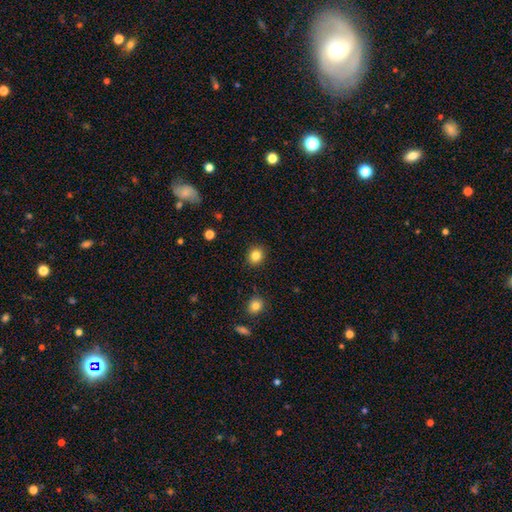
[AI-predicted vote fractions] Smooth or featured: smooth — 83% (star or artifact — 11%)
How rounded: round — 76% (in between — 23%)
Merging: none — 90% (minor disturbance — 6%)